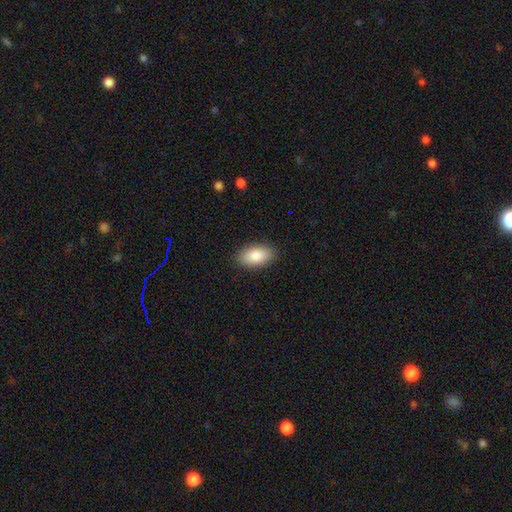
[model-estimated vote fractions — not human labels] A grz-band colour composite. It shows a smooth galaxy with no disk features (86%) that is in between round and cigar-shaped (94%). Merging: none (88%).